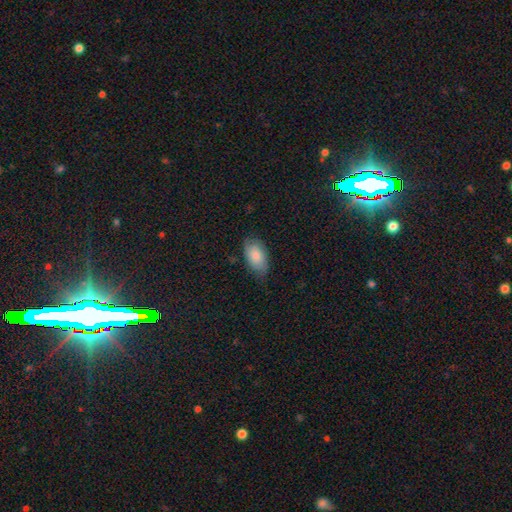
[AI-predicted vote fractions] Smooth or featured? smooth (77%)
How rounded? in between (94%)
Merging? none (72%)